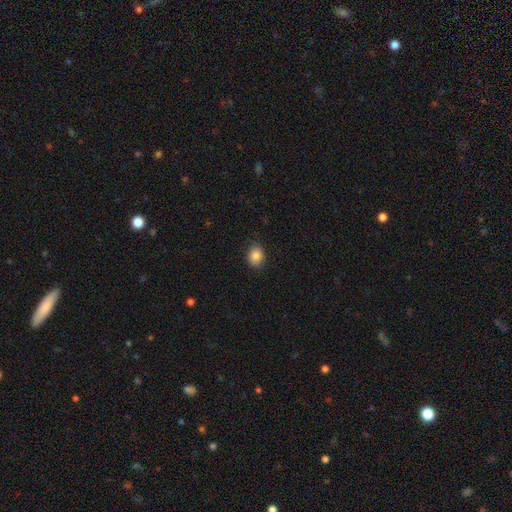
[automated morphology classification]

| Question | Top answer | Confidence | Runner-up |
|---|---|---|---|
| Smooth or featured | smooth | 86% | star or artifact (9%) |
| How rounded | round | 50% | in between (49%) |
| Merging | none | 85% | minor disturbance (12%) |